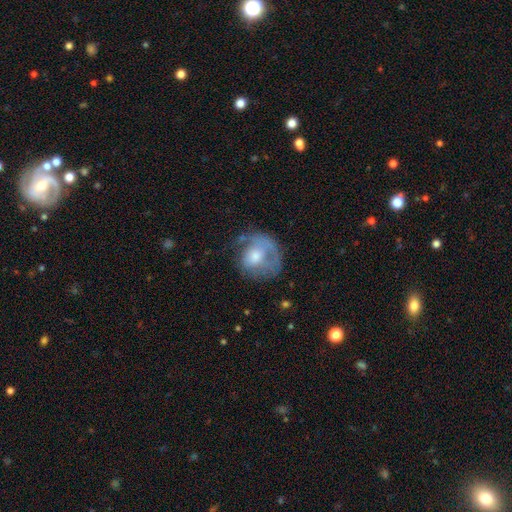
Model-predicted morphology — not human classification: smooth-or-featured: featured or disk: 48% | smooth: 44% | star or artifact: 8%
  merging: none: 45% | major disturbance: 28% | minor disturbance: 25% | merger: 2%